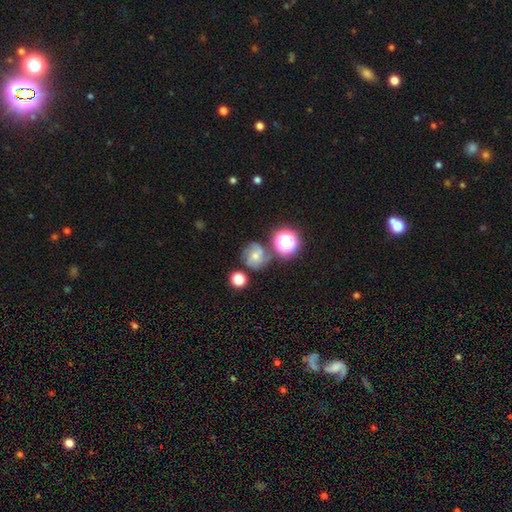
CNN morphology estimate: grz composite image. It shows a featured or disk galaxy (43%). Merging: none (72%).